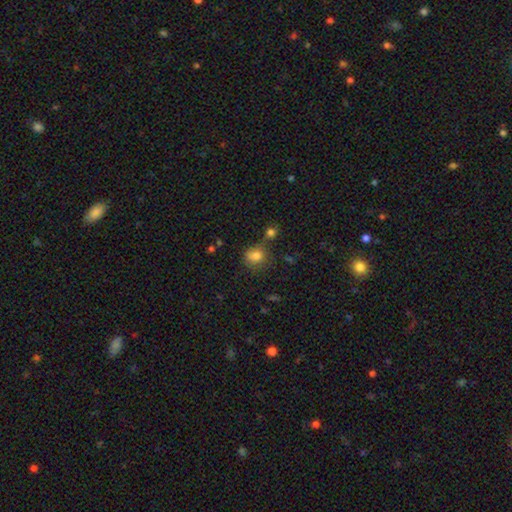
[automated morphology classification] A smooth galaxy with no disk features (80%) that is round (66%). Merging: none (58%).